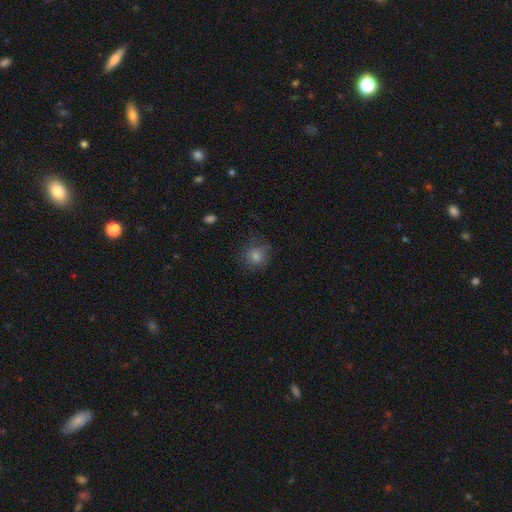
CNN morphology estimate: Overall: smooth (75%). How rounded: round (90%). Merging: none (79%).